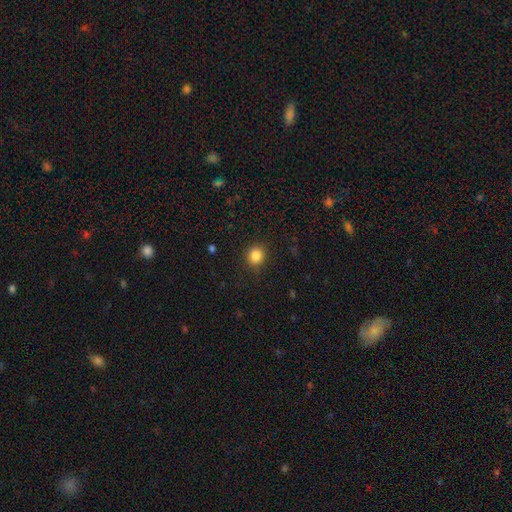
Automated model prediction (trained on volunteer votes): Smooth or featured? Predicted: smooth (p=0.85). How rounded? Predicted: round (p=0.85). Merging? Predicted: none (p=0.90).